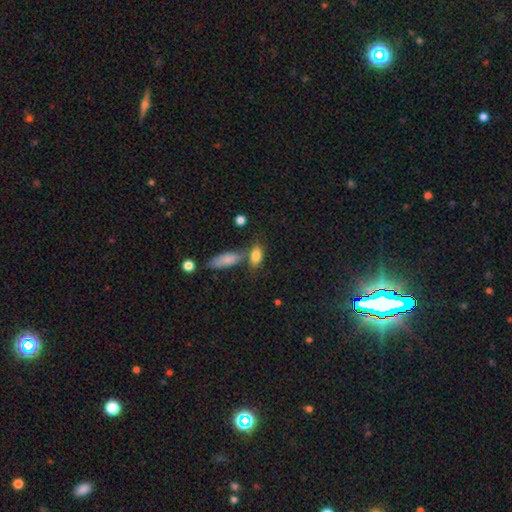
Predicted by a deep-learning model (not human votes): This is clearly a smooth galaxy (81%). How rounded: clearly in between (80%). Merging: possibly none (57%).